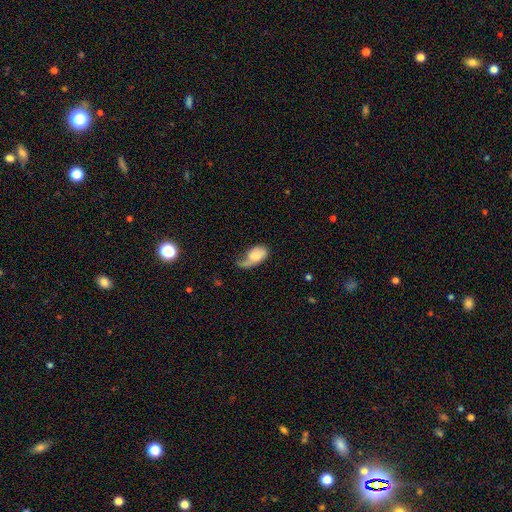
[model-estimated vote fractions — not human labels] A smooth galaxy with no disk features (59%) that is in between round and cigar-shaped (91%). Merging: major disturbance (41%).